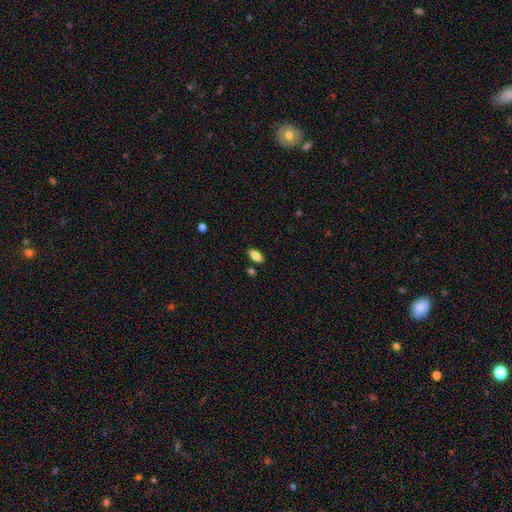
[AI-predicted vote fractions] This is clearly a smooth galaxy (81%). How rounded: clearly in between (90%). Merging: clearly none (84%).